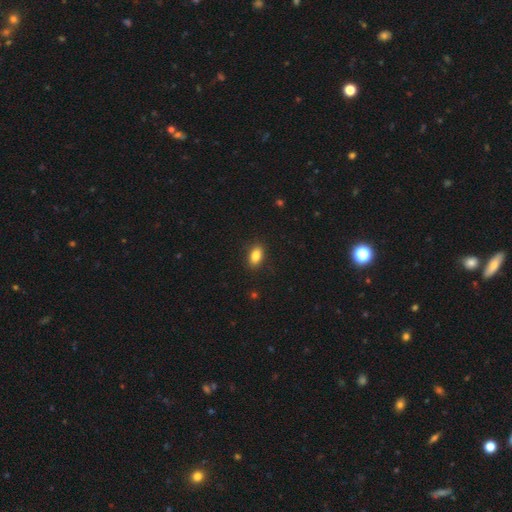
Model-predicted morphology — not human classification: smooth_or_featured: smooth (p=0.86) [alt: star or artifact p=0.08]
how_rounded: in between (p=0.88) [alt: round p=0.08]
merging: none (p=0.88) [alt: minor disturbance p=0.09]